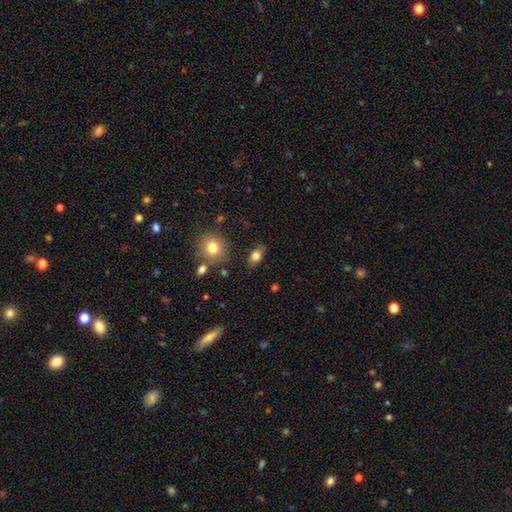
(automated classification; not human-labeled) smooth-or-featured: smooth: 80% | featured or disk: 10% | star or artifact: 9%
  how-rounded: in between: 79% | round: 18% | cigar-shaped: 3%
  merging: none: 78% | minor disturbance: 14% | major disturbance: 4% | merger: 3%